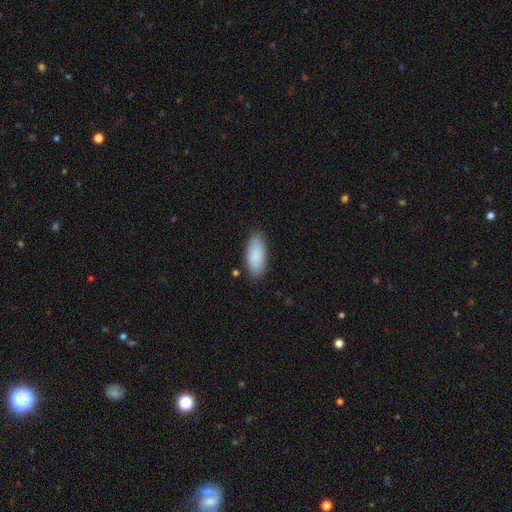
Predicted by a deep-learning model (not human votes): Smooth or featured: smooth — 89% (star or artifact — 6%)
How rounded: in between — 83% (cigar-shaped — 15%)
Merging: none — 85% (minor disturbance — 11%)